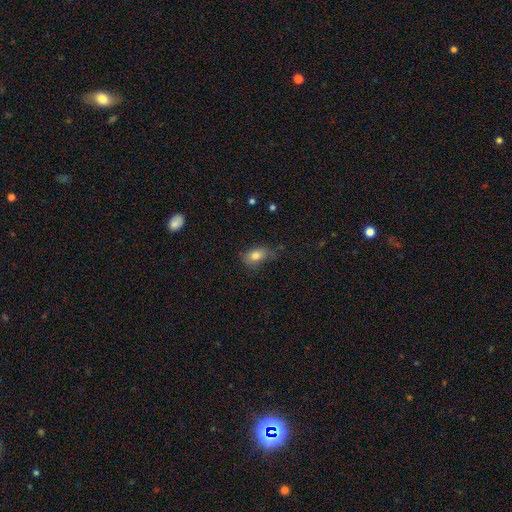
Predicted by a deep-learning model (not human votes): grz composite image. It shows a smooth galaxy with no disk features (80%) that is in between round and cigar-shaped (84%). Merging: none (63%).